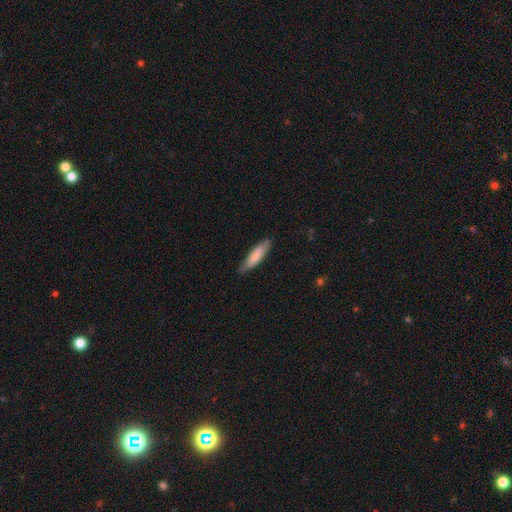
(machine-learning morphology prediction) This appears to be a smooth galaxy with no disk features (79%) that is cigar-shaped (74%). Merging: none (80%).